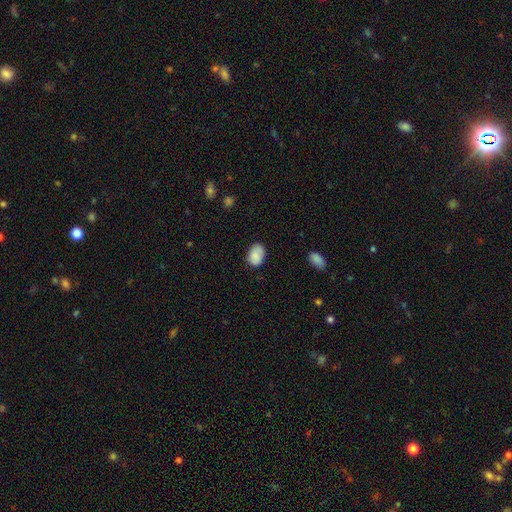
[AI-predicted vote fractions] smooth 84%, featured or disk 8%, star or artifact 7%. Down the decision tree: how rounded — in between (84%); merging — none (74%).